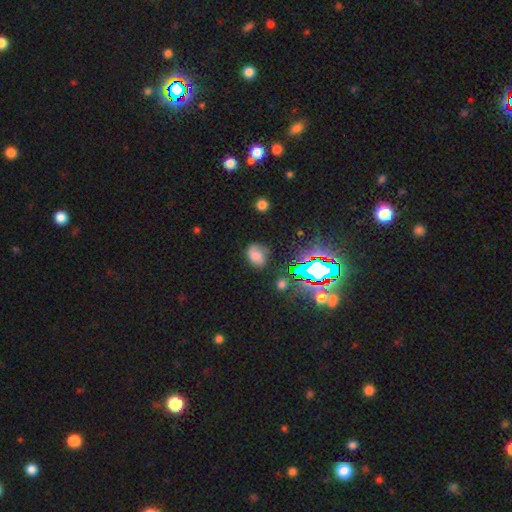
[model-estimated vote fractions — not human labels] smooth_or_featured: smooth (p=0.59) [alt: star or artifact p=0.21]
how_rounded: in between (p=0.65) [alt: round p=0.34]
merging: none (p=0.59) [alt: minor disturbance p=0.27]